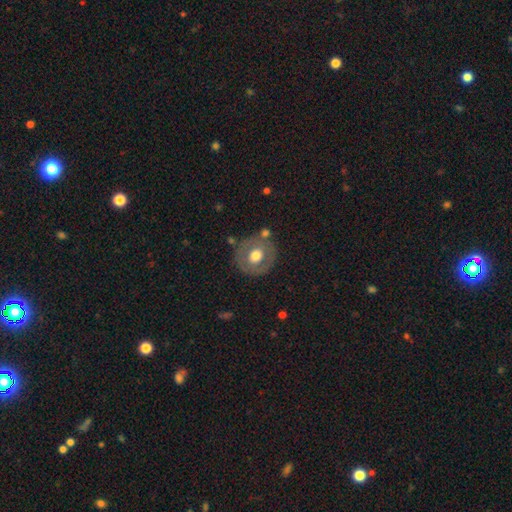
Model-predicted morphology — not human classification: Smooth or featured?
  - smooth: 54% *
  - featured or disk: 39%
  - star or artifact: 7%
How rounded?
  - round: 83% *
  - in between: 16%
  - cigar-shaped: 1%
Merging?
  - none: 76% *
  - minor disturbance: 13%
  - merger: 5%
  - major disturbance: 5%